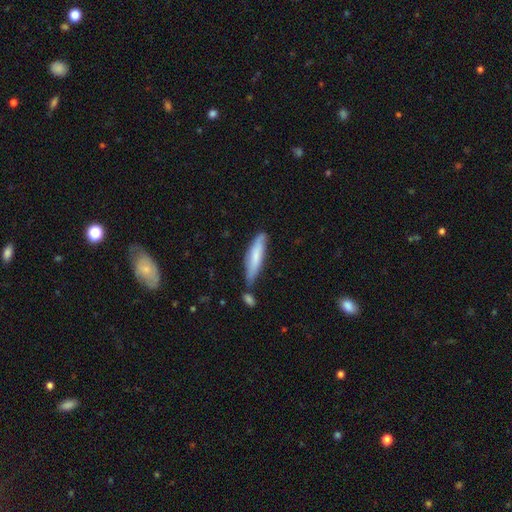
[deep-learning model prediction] smooth 70%, featured or disk 24%, star or artifact 6%. Down the decision tree: how rounded — cigar-shaped (83%); merging — none (61%).